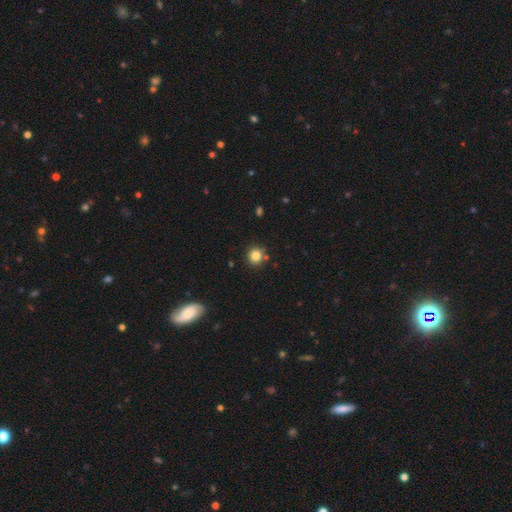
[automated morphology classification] Smooth or featured?
  - smooth: 82% *
  - star or artifact: 12%
  - featured or disk: 6%
How rounded?
  - round: 91% *
  - in between: 9%
  - cigar-shaped: 1%
Merging?
  - none: 84% *
  - minor disturbance: 8%
  - merger: 5%
  - major disturbance: 2%